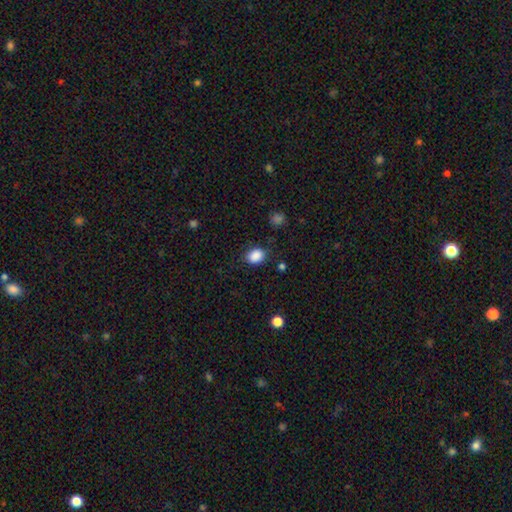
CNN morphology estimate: Smooth or featured? Predicted: smooth (p=0.87). How rounded? Predicted: in between (p=0.57). Merging? Predicted: none (p=0.80).